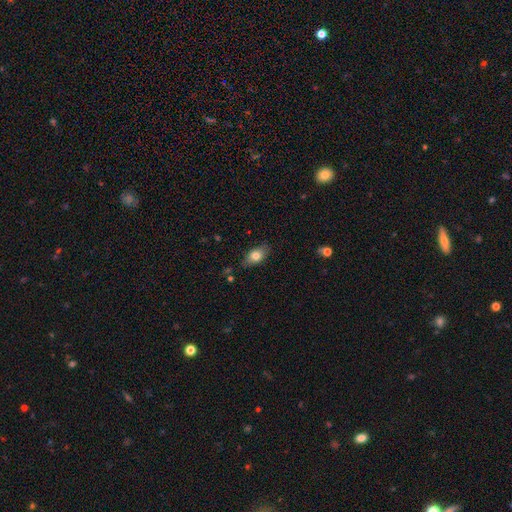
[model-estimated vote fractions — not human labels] This appears to be a smooth galaxy with no disk features (76%) that is in between round and cigar-shaped (85%). Merging: none (78%).